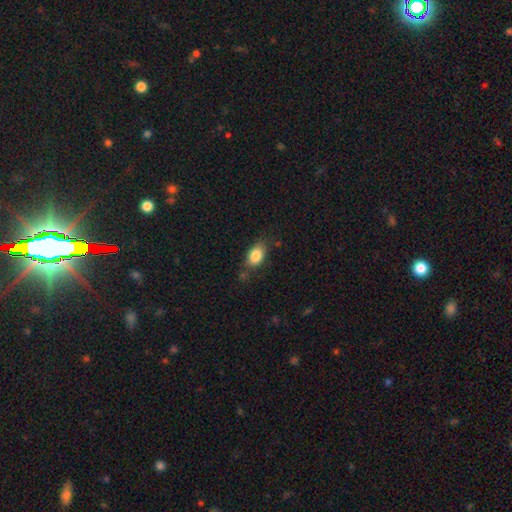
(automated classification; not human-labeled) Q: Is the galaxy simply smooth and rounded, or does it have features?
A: smooth — 84%.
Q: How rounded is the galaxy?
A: in between — 85%.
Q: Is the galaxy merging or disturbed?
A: none — 71%.